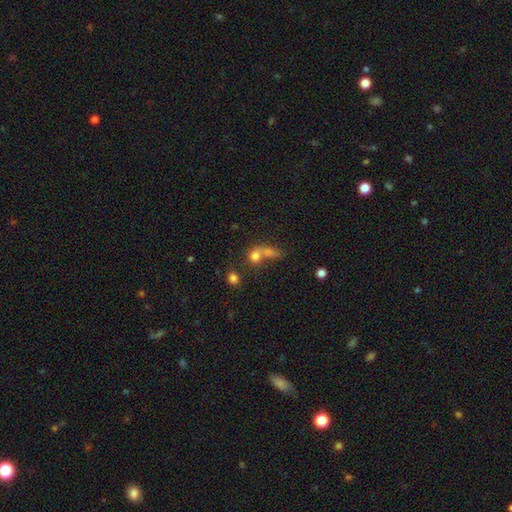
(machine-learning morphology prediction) A smooth galaxy with no disk features (73%) that is round (59%). Merging: merger (53%).